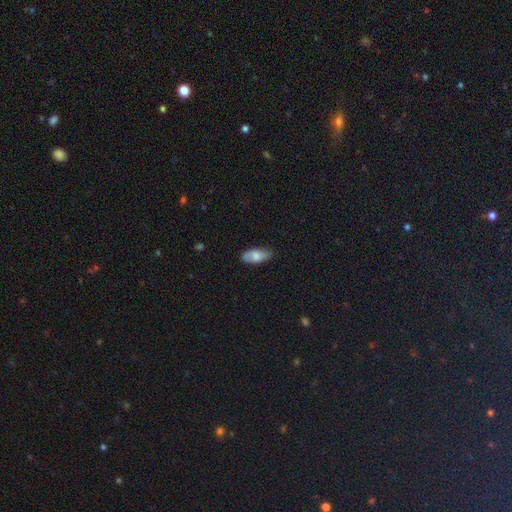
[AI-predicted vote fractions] Smooth or featured? smooth (73%)
How rounded? in between (87%)
Merging? none (77%)